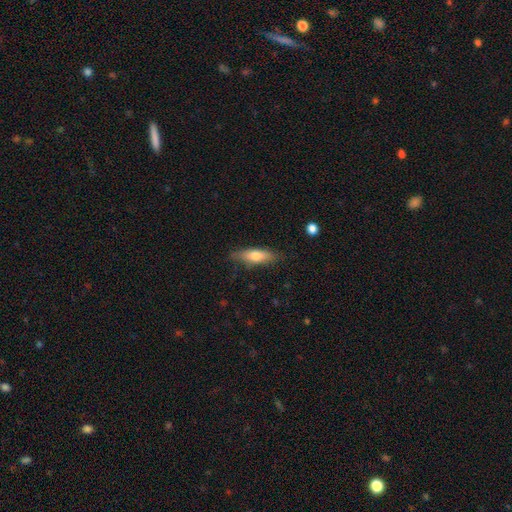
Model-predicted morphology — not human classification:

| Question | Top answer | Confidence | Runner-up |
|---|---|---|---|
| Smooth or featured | smooth | 66% | featured or disk (28%) |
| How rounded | cigar-shaped | 58% | in between (40%) |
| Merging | none | 78% | minor disturbance (17%) |